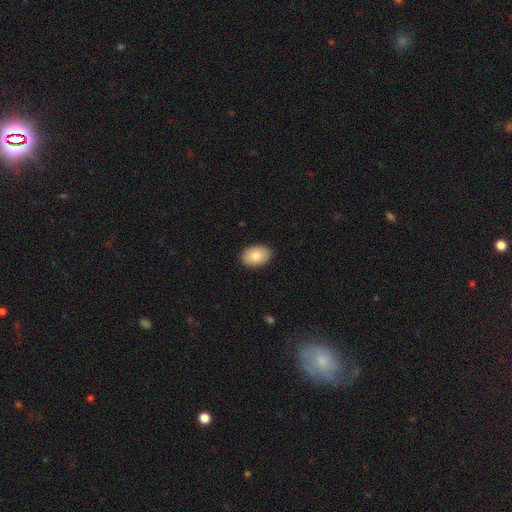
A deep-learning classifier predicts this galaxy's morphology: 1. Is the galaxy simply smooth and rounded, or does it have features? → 85% smooth, 9% featured or disk, 6% star or artifact.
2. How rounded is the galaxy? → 86% in between, 13% round, 1% cigar-shaped.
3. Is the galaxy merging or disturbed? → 89% none, 8% minor disturbance, 2% major disturbance, 1% merger.